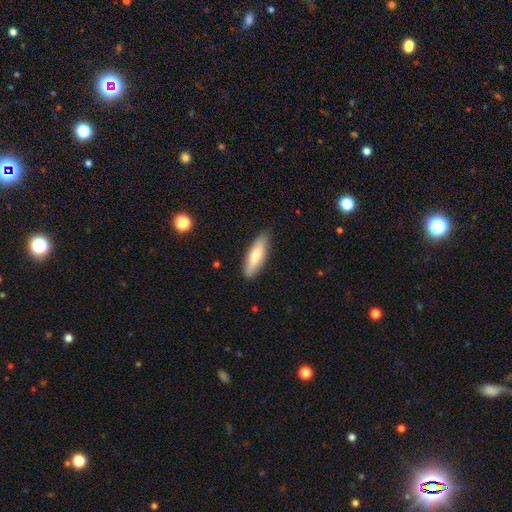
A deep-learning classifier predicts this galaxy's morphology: A smooth galaxy with no disk features (77%) that is cigar-shaped (51%). Merging: none (86%).